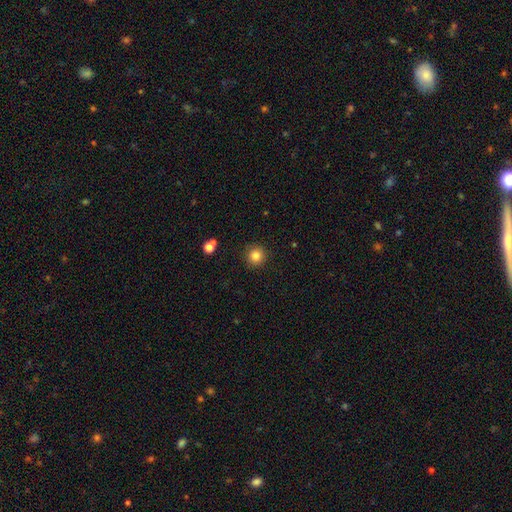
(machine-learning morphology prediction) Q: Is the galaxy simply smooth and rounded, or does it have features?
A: smooth — 84%.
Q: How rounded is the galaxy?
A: round — 95%.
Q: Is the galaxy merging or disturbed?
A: none — 90%.